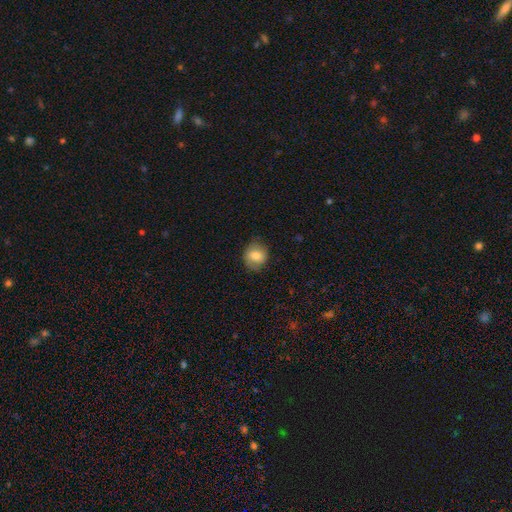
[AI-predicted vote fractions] Smooth or featured: smooth — 77% (featured or disk — 15%)
How rounded: round — 73% (in between — 26%)
Merging: none — 78% (minor disturbance — 17%)